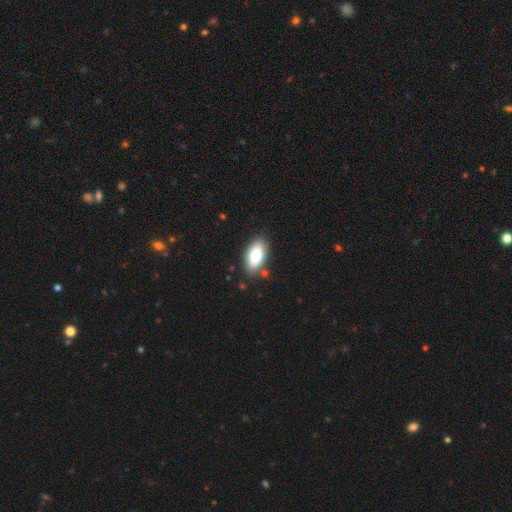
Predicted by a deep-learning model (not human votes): The model was most divided on "smooth or featured": smooth: 81%, featured or disk: 12%, star or artifact: 7%. More confident: how rounded — in between (92%); merging — none (84%).